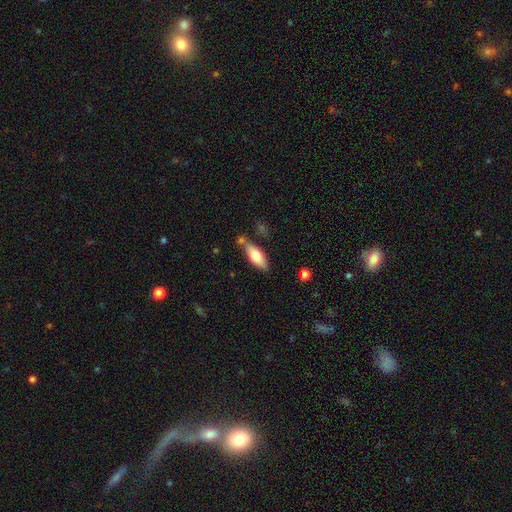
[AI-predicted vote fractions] Q: Smooth or featured?
A: smooth (72%); runner-up: featured or disk (22%)
Q: How rounded?
A: in between (70%); runner-up: cigar-shaped (28%)
Q: Merging?
A: none (70%); runner-up: minor disturbance (16%)